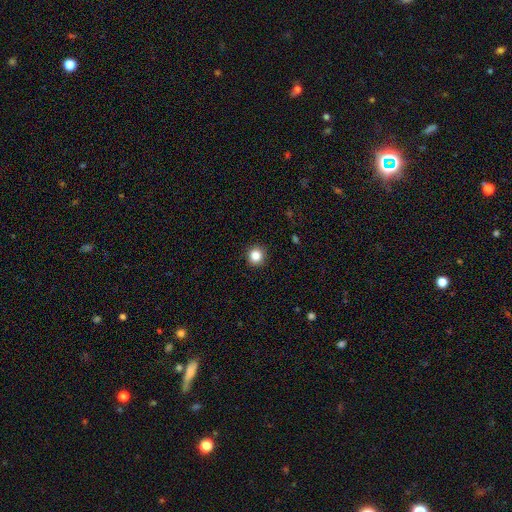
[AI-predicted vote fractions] Smooth or featured: smooth — 85% (star or artifact — 11%)
How rounded: round — 94% (in between — 5%)
Merging: none — 91% (minor disturbance — 6%)